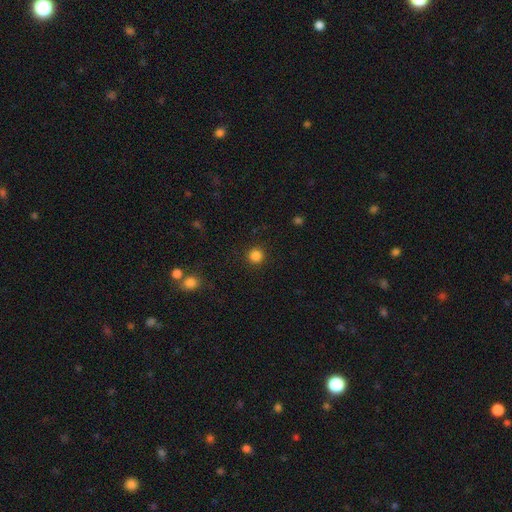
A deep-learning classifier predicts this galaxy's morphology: This is clearly a smooth galaxy (84%). How rounded: clearly round (94%). Merging: clearly none (91%).